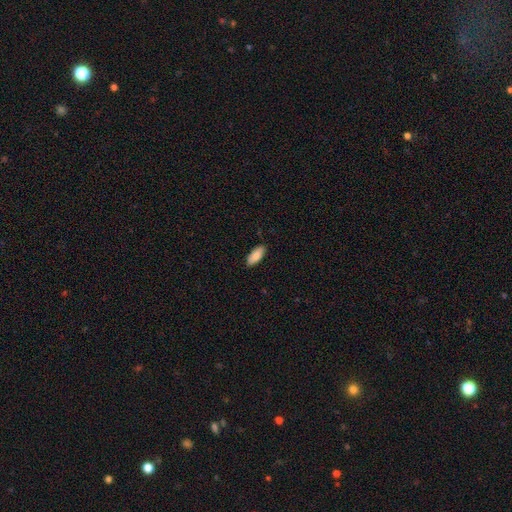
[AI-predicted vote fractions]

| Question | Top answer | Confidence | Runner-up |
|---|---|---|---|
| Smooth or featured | smooth | 88% | star or artifact (6%) |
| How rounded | in between | 82% | cigar-shaped (16%) |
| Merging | none | 87% | minor disturbance (10%) |